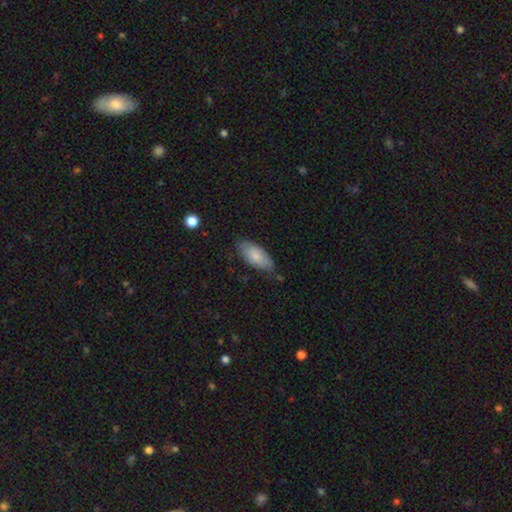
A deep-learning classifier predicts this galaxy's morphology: This is likely a smooth galaxy (80%). How rounded: clearly in between (87%). Merging: likely none (68%).